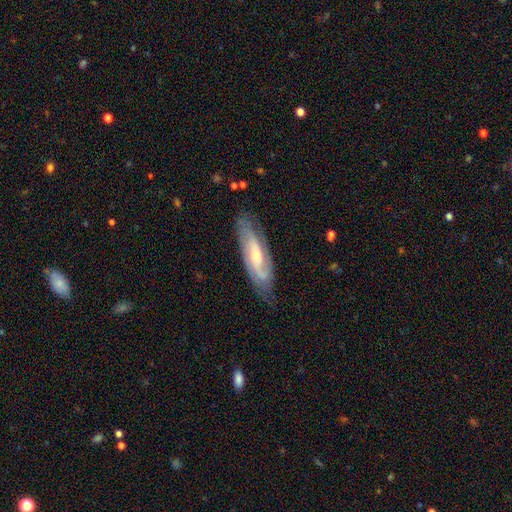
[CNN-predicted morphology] Smooth or featured?
  - featured or disk: 75% *
  - smooth: 19%
  - star or artifact: 6%
Edge-on disk?
  - no: 82% *
  - yes: 18%
Bar?
  - no: 42% *
  - weak: 41%
  - strong: 16%
Spiral arms?
  - yes: 92% *
  - no: 8%
Spiral winding?
  - medium: 44% *
  - tight: 35%
  - loose: 21%
Spiral arm count?
  - 2: 68% *
  - can't tell: 20%
  - 3: 5%
  - 1: 4%
  - 4: 2%
  - more than 4: 2%
Bulge size?
  - small: 50% *
  - moderate: 44%
  - large: 3%
  - none: 3%
  - dominant: 1%
Merging?
  - none: 76% *
  - minor disturbance: 18%
  - major disturbance: 5%
  - merger: 1%